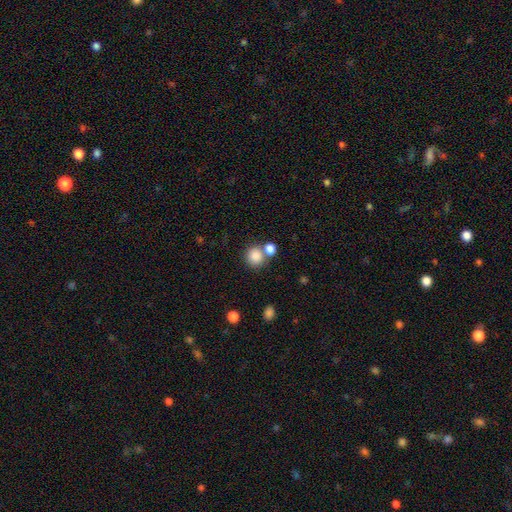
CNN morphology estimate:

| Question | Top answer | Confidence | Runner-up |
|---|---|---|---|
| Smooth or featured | smooth | 84% | star or artifact (10%) |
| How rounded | round | 86% | in between (13%) |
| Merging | none | 60% | merger (28%) |